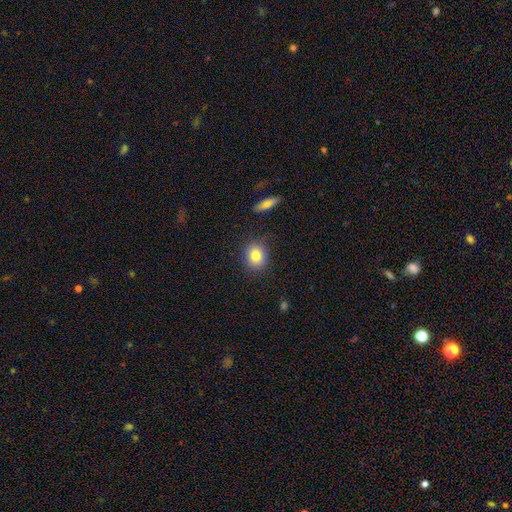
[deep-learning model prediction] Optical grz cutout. It shows a smooth galaxy with no disk features (82%) that is round (70%). Merging: none (84%).